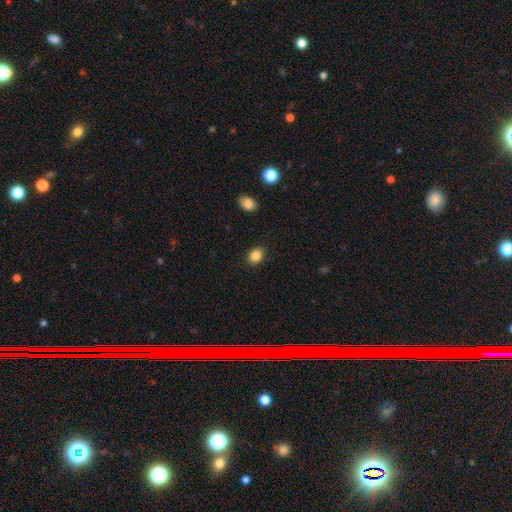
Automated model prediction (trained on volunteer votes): A smooth galaxy with no disk features (86%) that is in between round and cigar-shaped (60%). Merging: none (88%).